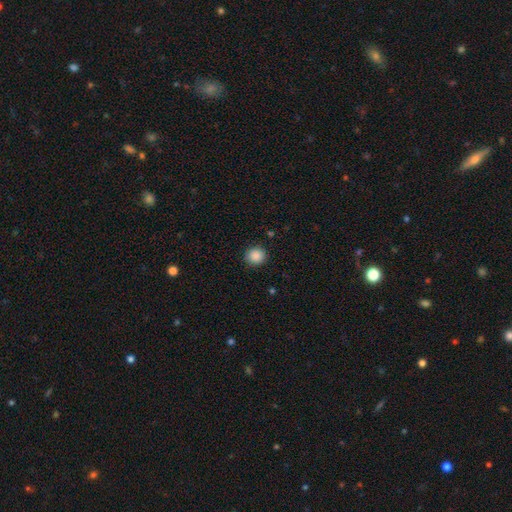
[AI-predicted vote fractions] smooth-or-featured: smooth: 88% | star or artifact: 9% | featured or disk: 3%
  how-rounded: round: 88% | in between: 11% | cigar-shaped: 1%
  merging: none: 90% | minor disturbance: 7% | major disturbance: 2% | merger: 1%